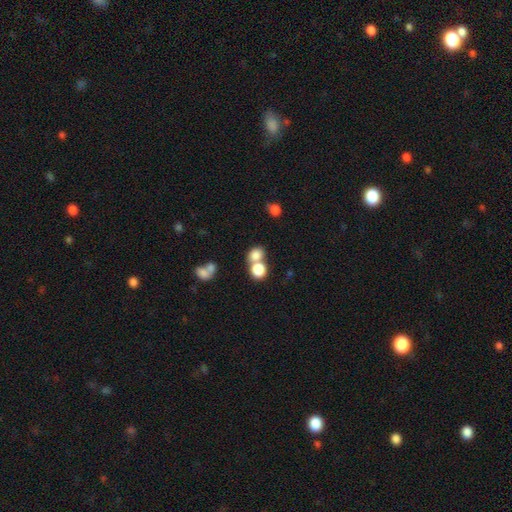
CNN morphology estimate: A smooth galaxy with no disk features (79%) that is round (66%).

Vote fractions:
- Smooth or featured? smooth: 79% / star or artifact: 12% / featured or disk: 9%
- How rounded? round: 66% / in between: 33% / cigar-shaped: 1%
- Merging? merger: 48% / none: 40% / minor disturbance: 7% / major disturbance: 4%